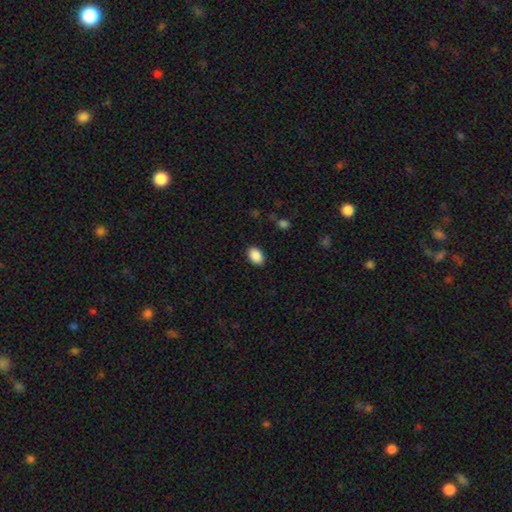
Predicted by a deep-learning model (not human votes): Smooth or featured? Predicted: smooth (p=0.90). How rounded? Predicted: in between (p=0.84). Merging? Predicted: none (p=0.89).